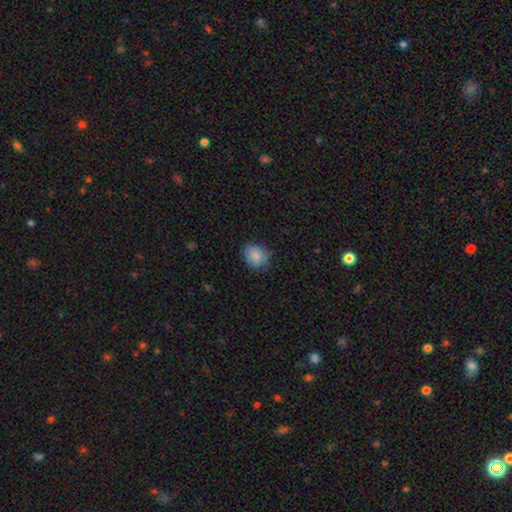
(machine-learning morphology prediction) This appears to be a smooth galaxy with no disk features (86%) that is round (65%). Merging: none (79%).